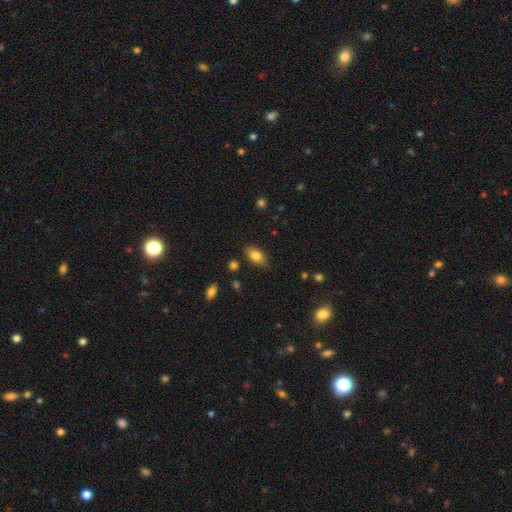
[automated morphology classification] A smooth galaxy with no disk features (81%) that is in between round and cigar-shaped (89%).

Vote fractions:
- Smooth or featured? smooth: 81% / featured or disk: 11% / star or artifact: 8%
- How rounded? in between: 89% / round: 7% / cigar-shaped: 4%
- Merging? none: 84% / minor disturbance: 12% / major disturbance: 3% / merger: 2%